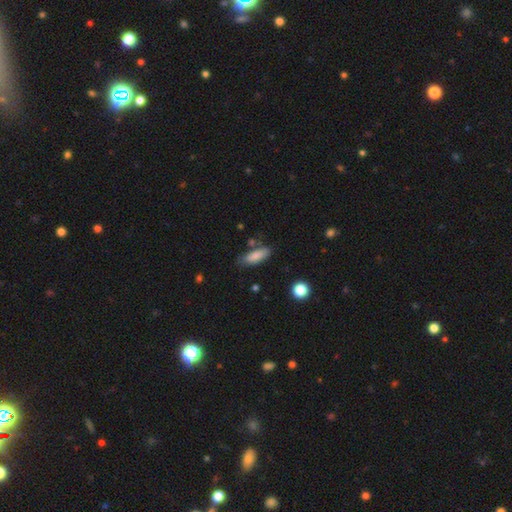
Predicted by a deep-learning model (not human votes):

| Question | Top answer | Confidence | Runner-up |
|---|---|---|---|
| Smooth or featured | smooth | 80% | featured or disk (13%) |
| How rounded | in between | 65% | cigar-shaped (33%) |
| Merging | none | 70% | minor disturbance (19%) |